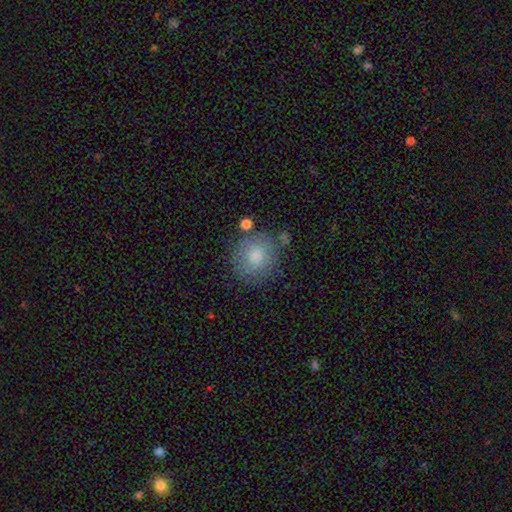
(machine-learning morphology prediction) Smooth or featured?
  - smooth: 77% *
  - featured or disk: 14%
  - star or artifact: 9%
How rounded?
  - round: 83% *
  - in between: 15%
  - cigar-shaped: 1%
Merging?
  - none: 73% *
  - minor disturbance: 17%
  - merger: 6%
  - major disturbance: 5%